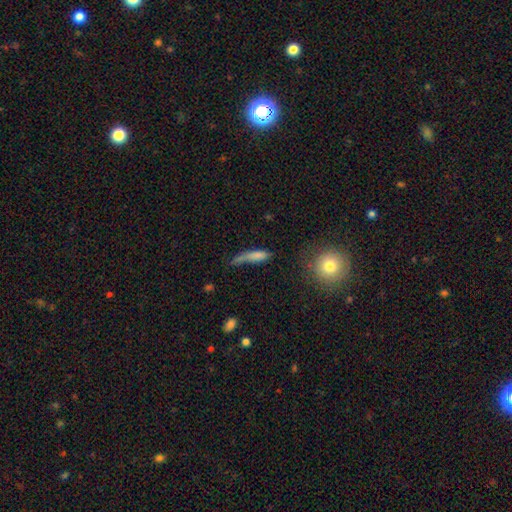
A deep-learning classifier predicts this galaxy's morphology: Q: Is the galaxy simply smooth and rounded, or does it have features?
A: smooth — 72%.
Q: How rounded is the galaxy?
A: cigar-shaped — 70%.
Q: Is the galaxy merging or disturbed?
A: none — 35%.